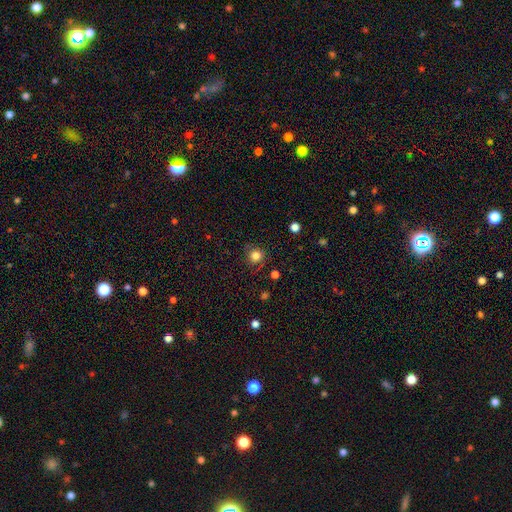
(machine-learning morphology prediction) smooth-or-featured: smooth: 81% | star or artifact: 13% | featured or disk: 6%
  how-rounded: round: 92% | in between: 7% | cigar-shaped: 1%
  merging: none: 83% | minor disturbance: 11% | major disturbance: 4% | merger: 2%